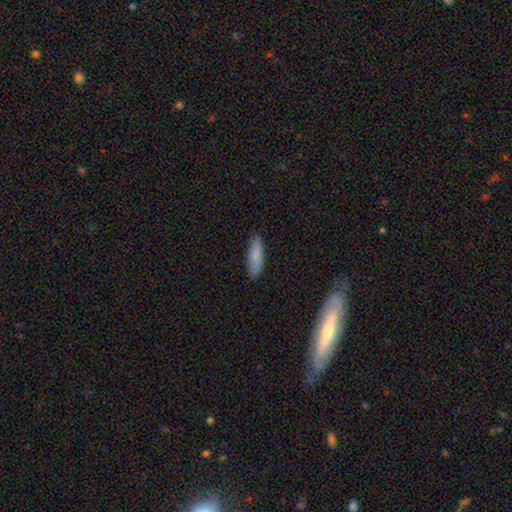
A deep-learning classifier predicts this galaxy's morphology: The model was most divided on "how rounded": cigar-shaped: 53%, in between: 45%, round: 2%. More confident: merging — none (85%); smooth or featured — smooth (82%).